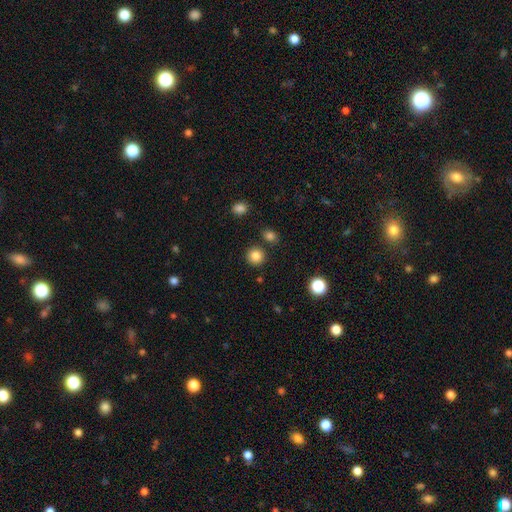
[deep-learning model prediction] A smooth galaxy with no disk features (84%) that is round (93%).

Vote fractions:
- Smooth or featured? smooth: 84% / star or artifact: 11% / featured or disk: 5%
- How rounded? round: 93% / in between: 6% / cigar-shaped: 1%
- Merging? none: 87% / minor disturbance: 6% / merger: 4% / major disturbance: 2%